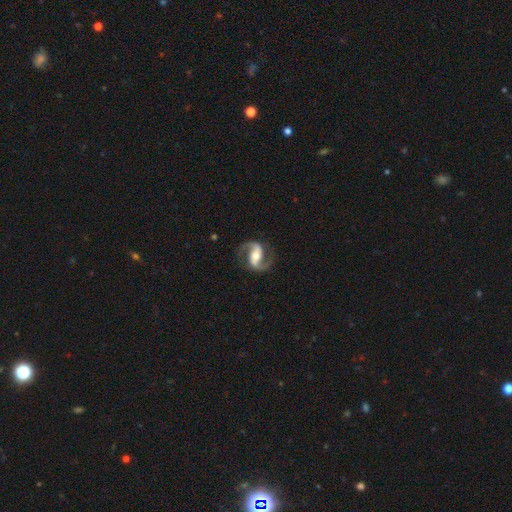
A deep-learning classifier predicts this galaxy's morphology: A featured or disk galaxy (90%) with a strong bar (42%), 2 (94%) medium (52%) spiral arms (97%) and a moderate central bulge (60%).

Vote fractions:
- Smooth or featured? featured or disk: 90% / smooth: 5% / star or artifact: 4%
- Edge-on disk? no: 97% / yes: 3%
- Bar? strong: 42% / weak: 35% / no: 22%
- Spiral arms? yes: 97% / no: 3%
- Spiral winding? medium: 52% / loose: 36% / tight: 12%
- Spiral arm count? 2: 94% / 1: 2% / can't tell: 2% / 3: 1% / 4: 1% / more than 4: 1%
- Bulge size? moderate: 60% / small: 21% / large: 14% / none: 3% / dominant: 2%
- Merging? none: 82% / minor disturbance: 11% / major disturbance: 6% / merger: 1%